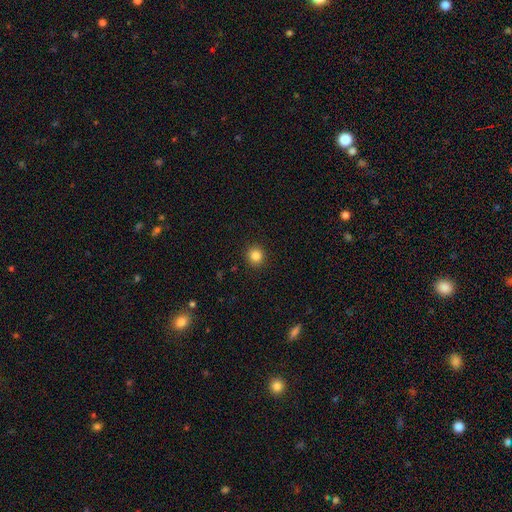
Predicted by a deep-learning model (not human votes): smooth 84%, star or artifact 11%, featured or disk 5%. Down the decision tree: how rounded — round (92%); merging — none (92%).